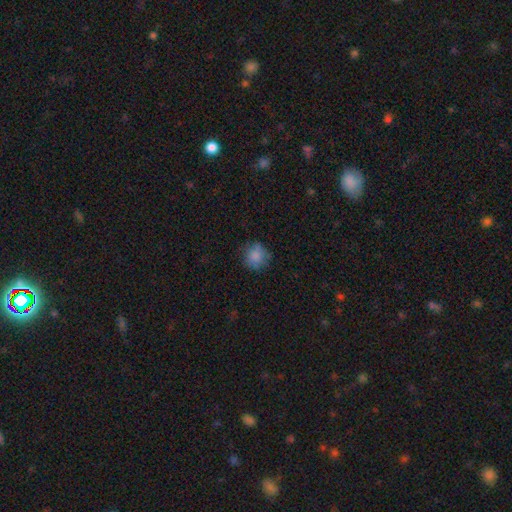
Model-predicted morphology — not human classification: type=smooth (81%); roundness=round (87%); merging=none (75%).